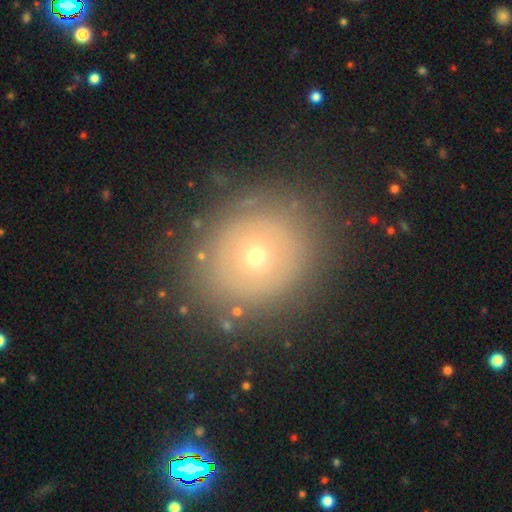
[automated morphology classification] Q: Smooth or featured?
A: smooth (53%); runner-up: featured or disk (32%)
Q: How rounded?
A: round (80%); runner-up: in between (19%)
Q: Merging?
A: none (83%); runner-up: minor disturbance (10%)